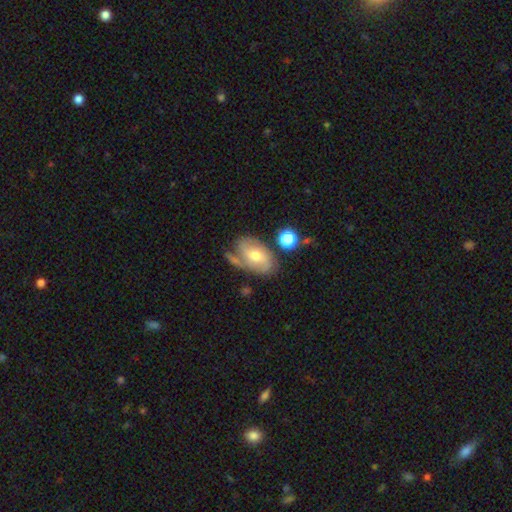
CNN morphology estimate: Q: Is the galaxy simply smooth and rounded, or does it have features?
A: featured or disk — 58%.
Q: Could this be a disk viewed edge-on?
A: no — 94%.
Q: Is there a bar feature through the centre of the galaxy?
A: no — 57%.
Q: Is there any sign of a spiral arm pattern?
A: yes — 81%.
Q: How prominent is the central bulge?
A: moderate — 61%.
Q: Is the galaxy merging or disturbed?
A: none — 52%.